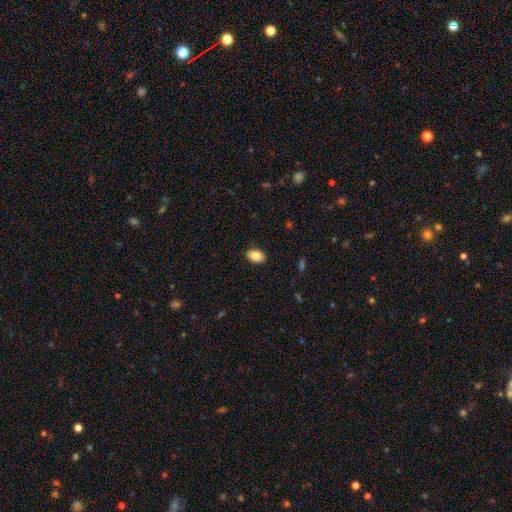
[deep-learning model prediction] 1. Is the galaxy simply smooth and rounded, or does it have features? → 85% smooth, 8% featured or disk, 8% star or artifact.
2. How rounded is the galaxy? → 89% in between, 9% round, 1% cigar-shaped.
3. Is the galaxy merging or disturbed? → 89% none, 8% minor disturbance, 2% major disturbance, 1% merger.